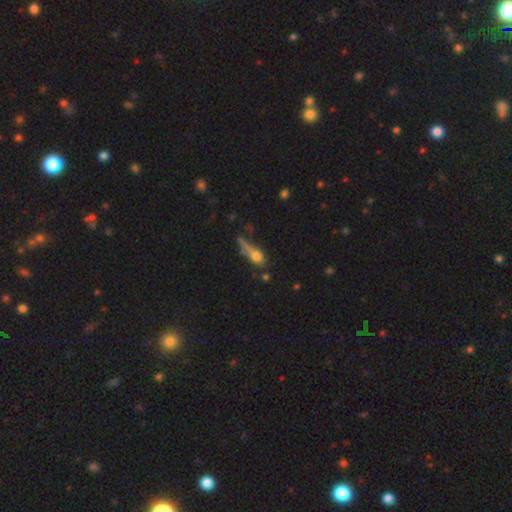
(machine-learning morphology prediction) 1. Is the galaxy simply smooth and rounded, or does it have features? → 63% smooth, 24% featured or disk, 13% star or artifact.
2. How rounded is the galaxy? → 50% in between, 35% cigar-shaped, 15% round.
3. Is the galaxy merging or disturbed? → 35% none, 25% major disturbance, 21% minor disturbance, 18% merger.